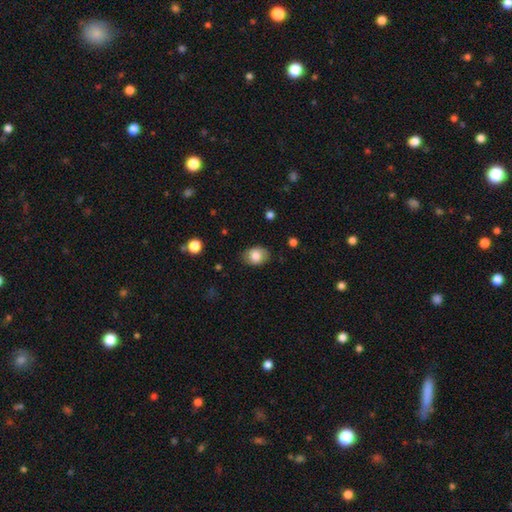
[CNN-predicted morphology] smooth-or-featured: smooth: 82% | featured or disk: 10% | star or artifact: 8%
  how-rounded: in between: 68% | round: 31% | cigar-shaped: 1%
  merging: none: 80% | minor disturbance: 15% | major disturbance: 3% | merger: 1%